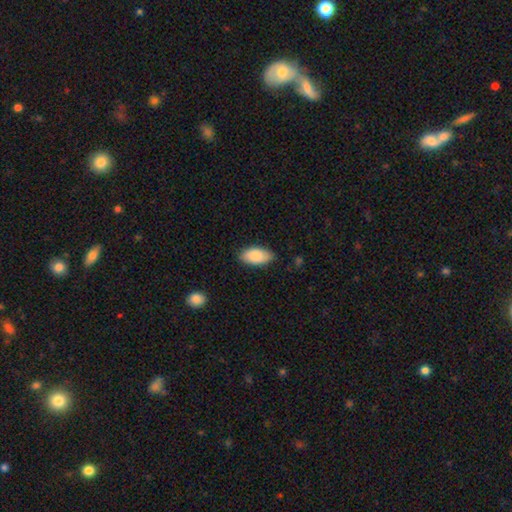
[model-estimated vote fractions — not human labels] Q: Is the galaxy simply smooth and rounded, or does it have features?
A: smooth — 87%.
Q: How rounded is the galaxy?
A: in between — 94%.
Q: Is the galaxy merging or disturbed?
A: none — 84%.